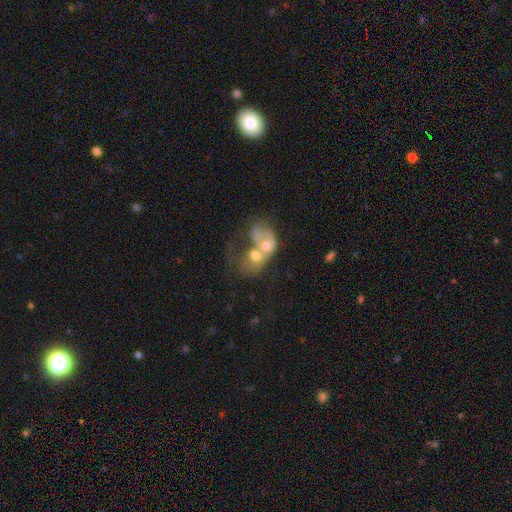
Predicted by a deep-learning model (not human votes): Q: Smooth or featured?
A: featured or disk (51%); runner-up: smooth (38%)
Q: Edge-on disk?
A: no (96%); runner-up: yes (4%)
Q: Merging?
A: merger (79%); runner-up: major disturbance (9%)